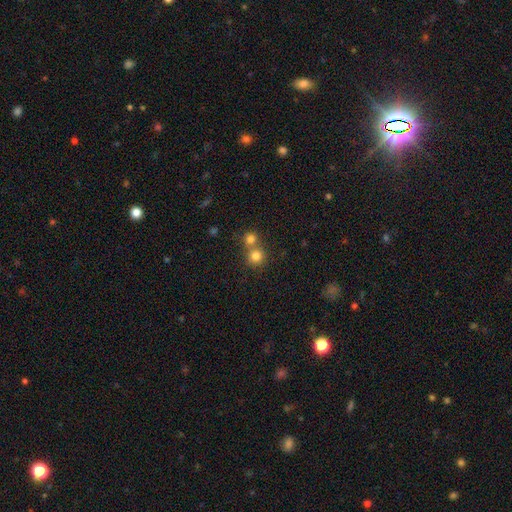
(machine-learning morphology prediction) Smooth or featured? Predicted: smooth (p=0.80). How rounded? Predicted: round (p=0.92). Merging? Predicted: none (p=0.53).